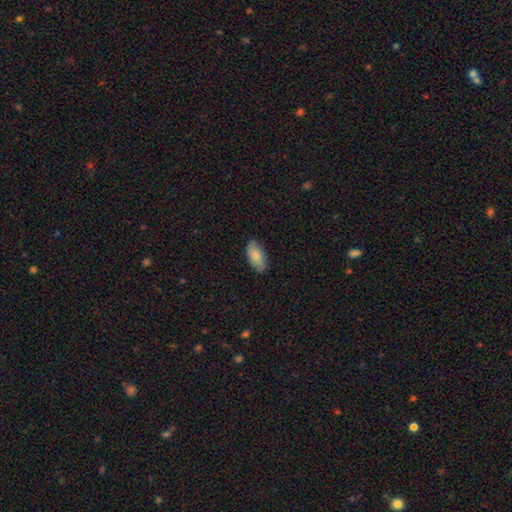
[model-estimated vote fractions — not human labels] Smooth or featured: smooth — 81% (featured or disk — 13%)
How rounded: in between — 93% (cigar-shaped — 5%)
Merging: none — 84% (minor disturbance — 12%)